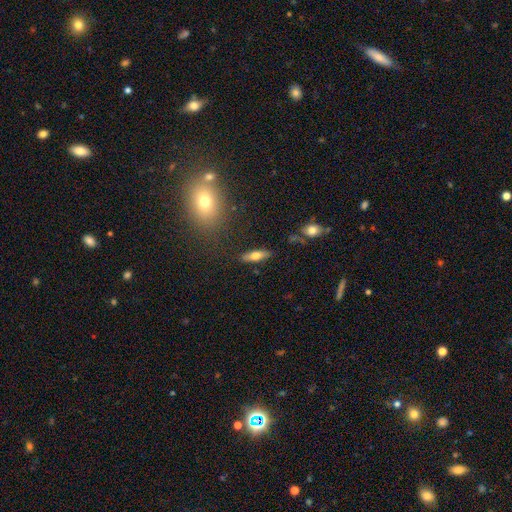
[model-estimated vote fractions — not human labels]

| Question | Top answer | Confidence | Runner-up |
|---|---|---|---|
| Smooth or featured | smooth | 61% | featured or disk (31%) |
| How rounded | cigar-shaped | 52% | in between (45%) |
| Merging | none | 86% | minor disturbance (10%) |